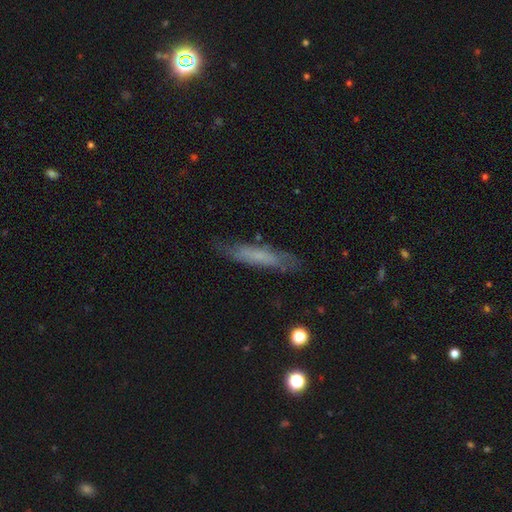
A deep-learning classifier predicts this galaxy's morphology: smooth-or-featured: smooth: 47% | featured or disk: 43% | star or artifact: 9%
  merging: none: 77% | minor disturbance: 17% | major disturbance: 5% | merger: 2%